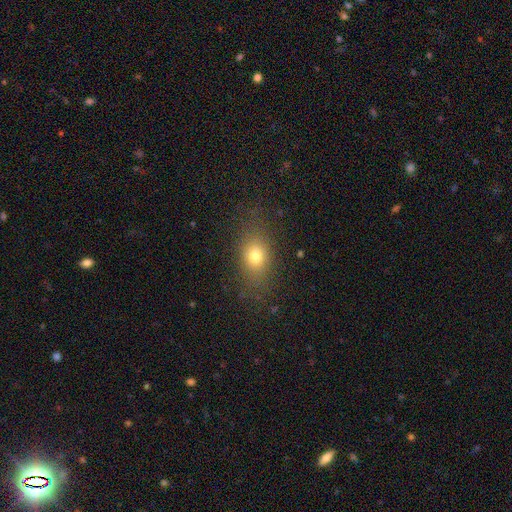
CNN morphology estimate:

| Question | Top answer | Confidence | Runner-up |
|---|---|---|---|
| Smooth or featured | smooth | 74% | star or artifact (14%) |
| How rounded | in between | 67% | round (29%) |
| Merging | none | 81% | minor disturbance (12%) |